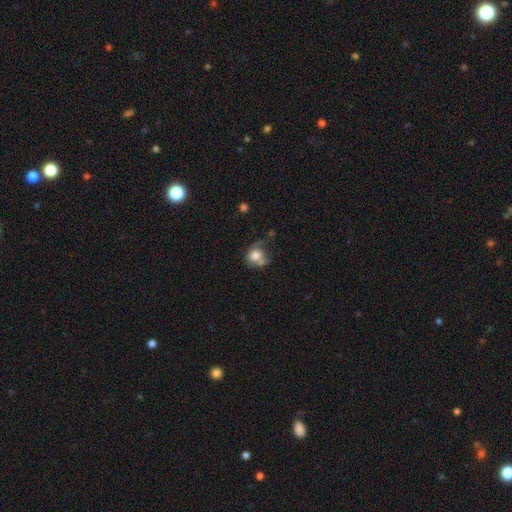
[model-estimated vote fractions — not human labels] The model was most divided on "merging": none: 33%, merger: 24%, minor disturbance: 24%, major disturbance: 19%. More confident: smooth or featured — smooth (70%); how rounded — round (62%).